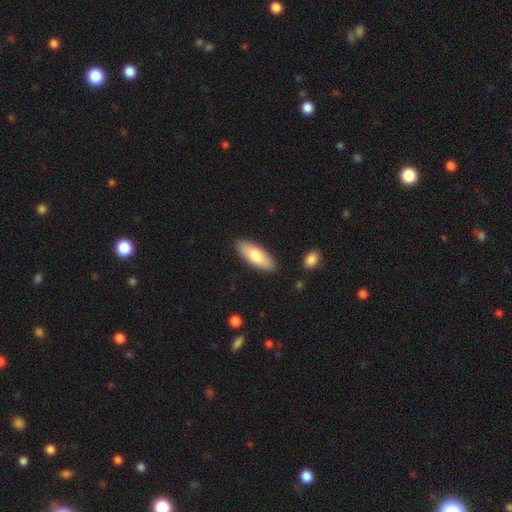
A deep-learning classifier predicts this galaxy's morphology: smooth_or_featured: smooth (p=0.75) [alt: featured or disk p=0.20]
how_rounded: in between (p=0.70) [alt: cigar-shaped p=0.28]
merging: none (p=0.87) [alt: minor disturbance p=0.09]